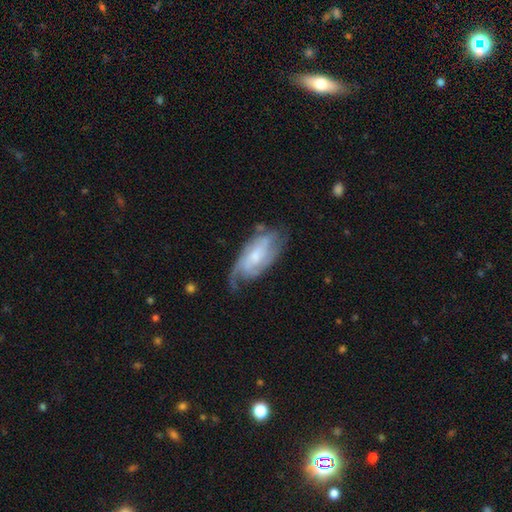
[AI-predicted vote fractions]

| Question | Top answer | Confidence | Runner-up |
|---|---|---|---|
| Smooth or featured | featured or disk | 77% | smooth (17%) |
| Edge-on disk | no | 92% | yes (8%) |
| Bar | no | 53% | weak (38%) |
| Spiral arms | yes | 93% | no (7%) |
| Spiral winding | tight | 43% | medium (41%) |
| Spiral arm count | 2 | 32% | can't tell (30%) |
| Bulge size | small | 41% | moderate (40%) |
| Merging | none | 59% | minor disturbance (25%) |